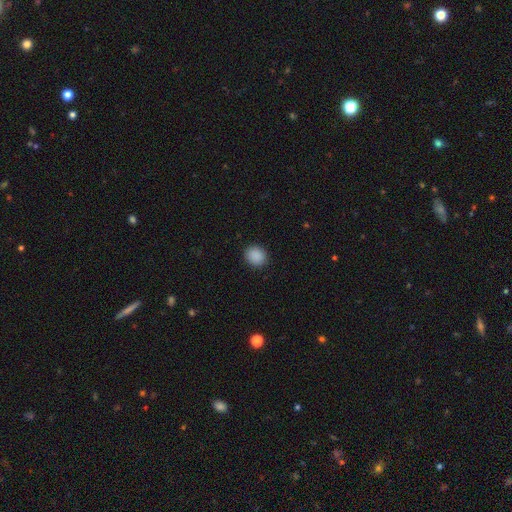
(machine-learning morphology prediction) smooth_or_featured: smooth (p=0.89) [alt: star or artifact p=0.09]
how_rounded: round (p=0.80) [alt: in between p=0.19]
merging: none (p=0.91) [alt: minor disturbance p=0.06]